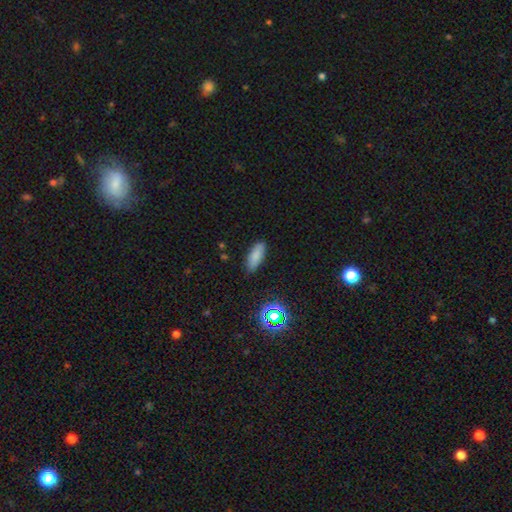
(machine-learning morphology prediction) Overall: smooth (81%). How rounded: in between (71%). Merging: none (83%).